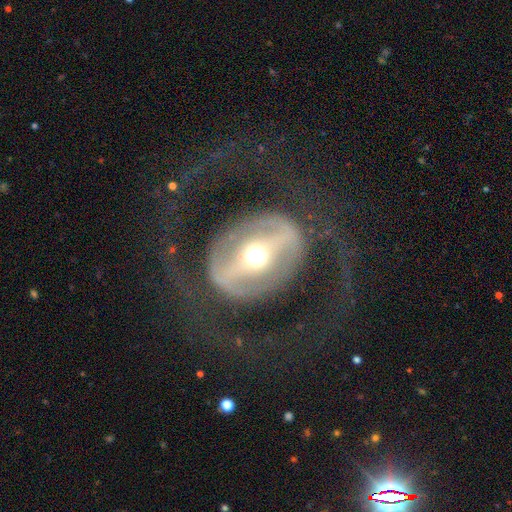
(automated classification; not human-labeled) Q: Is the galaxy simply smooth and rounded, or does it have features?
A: featured or disk — 80%.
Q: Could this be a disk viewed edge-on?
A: no — 93%.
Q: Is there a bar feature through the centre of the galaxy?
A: strong — 65%.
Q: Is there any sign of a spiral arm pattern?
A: yes — 53%.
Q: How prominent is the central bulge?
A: moderate — 70%.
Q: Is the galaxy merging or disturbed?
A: none — 71%.